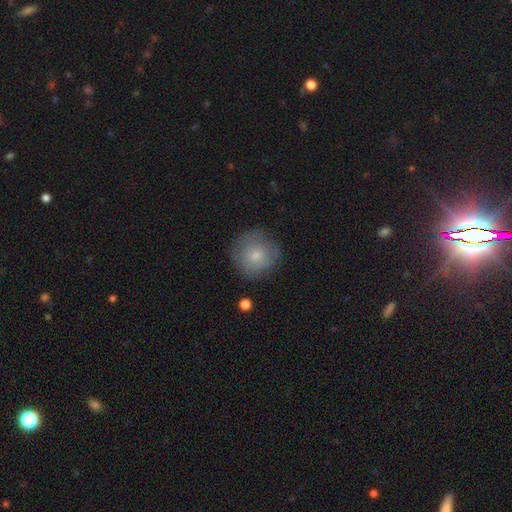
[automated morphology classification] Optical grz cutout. It shows a smooth galaxy with no disk features (74%) that is round (92%). Merging: none (76%).